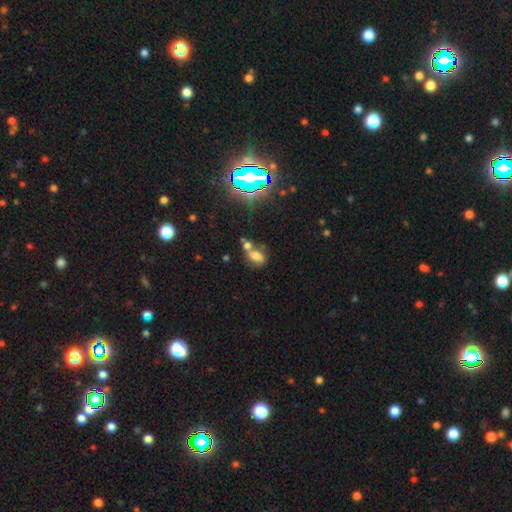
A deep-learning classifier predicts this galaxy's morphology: Smooth or featured? smooth (58%)
How rounded? in between (79%)
Merging? merger (40%)